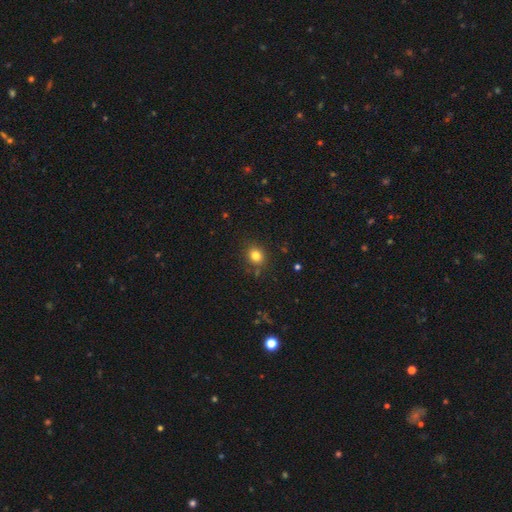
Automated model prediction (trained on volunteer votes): This appears to be a smooth galaxy with no disk features (81%) that is round (70%). Merging: none (84%).